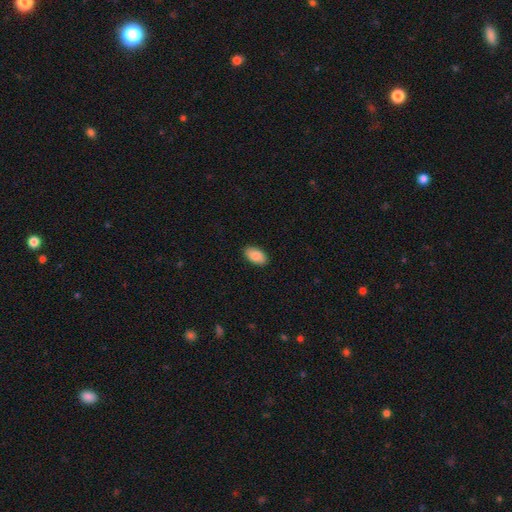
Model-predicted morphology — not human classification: smooth_or_featured: smooth (p=0.88) [alt: star or artifact p=0.06]
how_rounded: in between (p=0.94) [alt: round p=0.04]
merging: none (p=0.89) [alt: minor disturbance p=0.08]